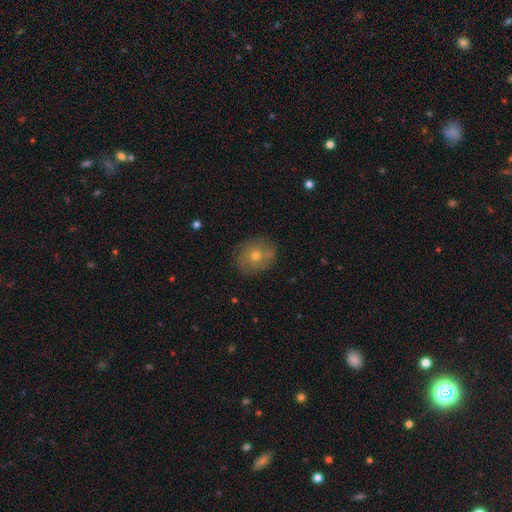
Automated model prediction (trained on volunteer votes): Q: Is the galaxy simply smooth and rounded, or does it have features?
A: smooth — 53%.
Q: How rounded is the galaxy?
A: round — 68%.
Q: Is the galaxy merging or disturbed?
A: none — 81%.